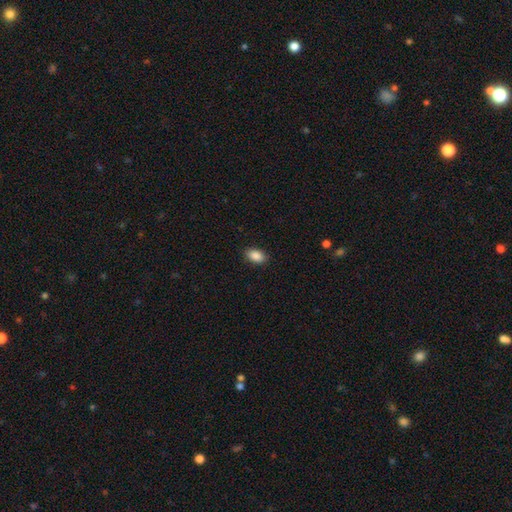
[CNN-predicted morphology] A smooth galaxy with no disk features (89%) that is in between round and cigar-shaped (90%). Merging: none (89%).